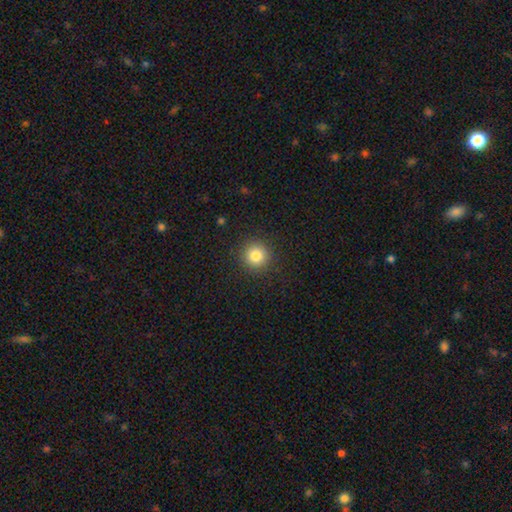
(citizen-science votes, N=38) A smooth galaxy with no disk features (79%) that is round (90%). Merging: none (97%).